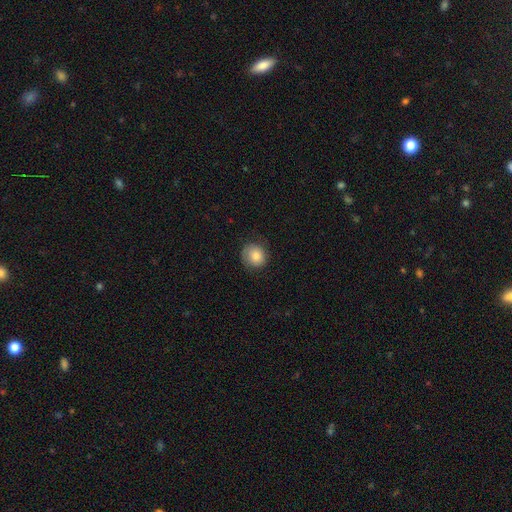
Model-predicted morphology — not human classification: A smooth galaxy with no disk features (80%) that is round (85%). Merging: none (78%).